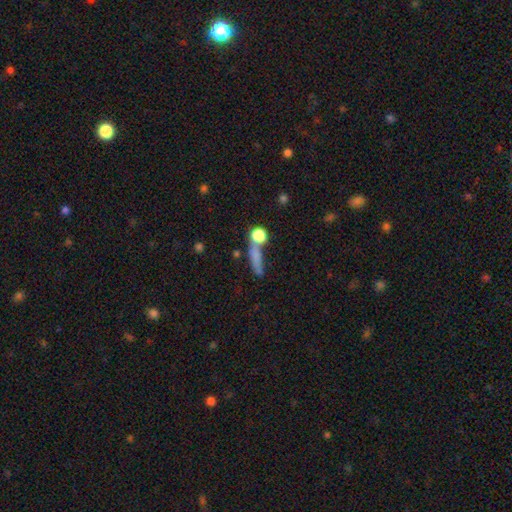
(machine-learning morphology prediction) Overall: smooth (67%). How rounded: cigar-shaped (60%; in between 21%). Merging: none (53%; merger 20%).